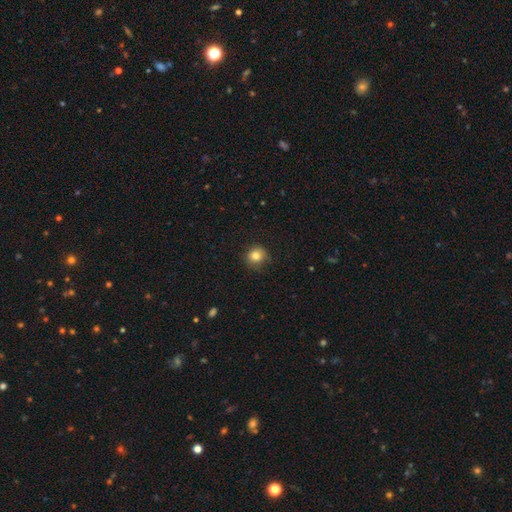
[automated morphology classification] Smooth or featured? Predicted: smooth (p=0.82). How rounded? Predicted: round (p=0.88). Merging? Predicted: none (p=0.79).